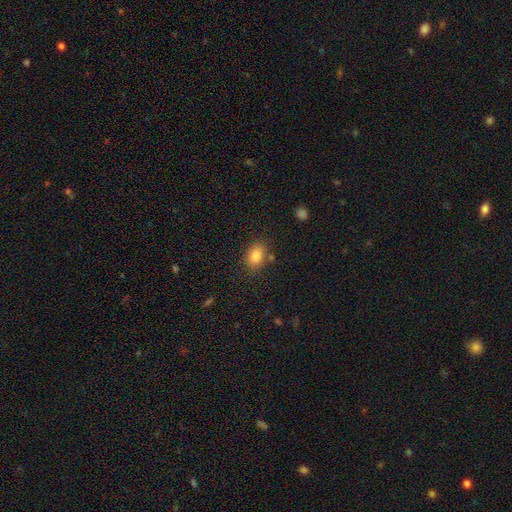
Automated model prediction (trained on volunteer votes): smooth 84%, star or artifact 9%, featured or disk 7%. Down the decision tree: how rounded — in between (73%); merging — none (79%).